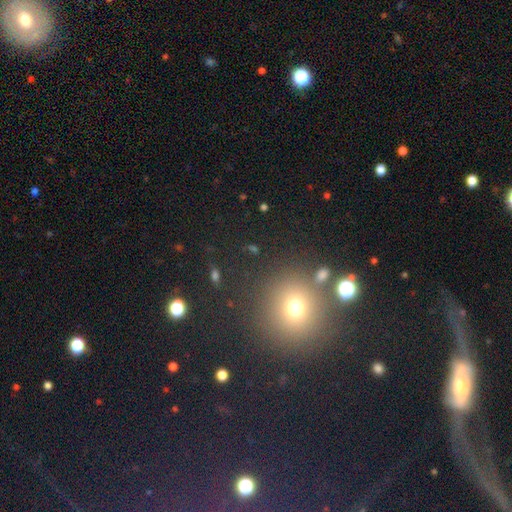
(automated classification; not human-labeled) smooth_or_featured: smooth (p=0.47) [alt: star or artifact p=0.41]
merging: none (p=0.83) [alt: minor disturbance p=0.07]